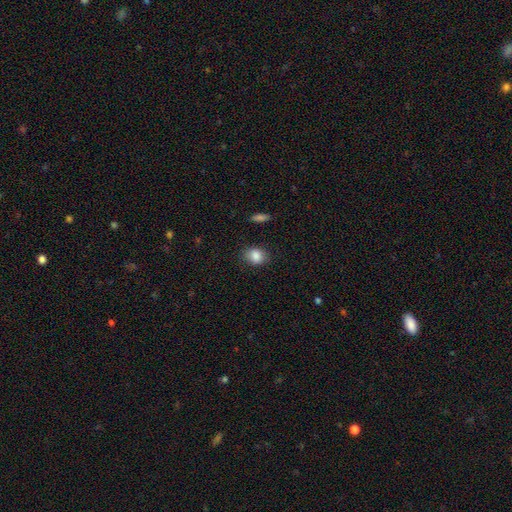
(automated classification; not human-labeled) smooth-or-featured: smooth: 85% | star or artifact: 9% | featured or disk: 6%
  how-rounded: in between: 57% | round: 42% | cigar-shaped: 1%
  merging: none: 79% | minor disturbance: 15% | major disturbance: 4% | merger: 2%